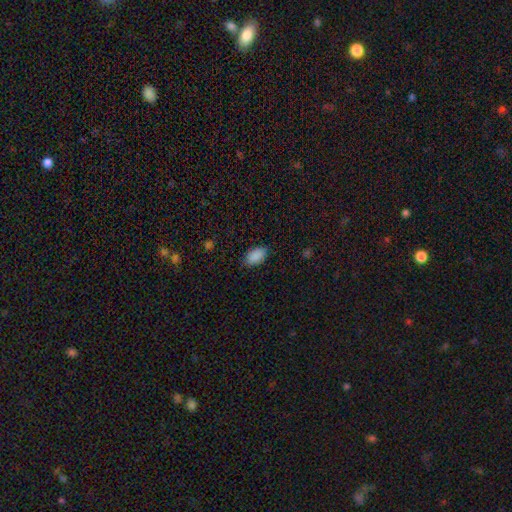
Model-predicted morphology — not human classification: Smooth or featured: smooth — 88% (star or artifact — 8%)
How rounded: in between — 92% (round — 6%)
Merging: none — 80% (minor disturbance — 16%)